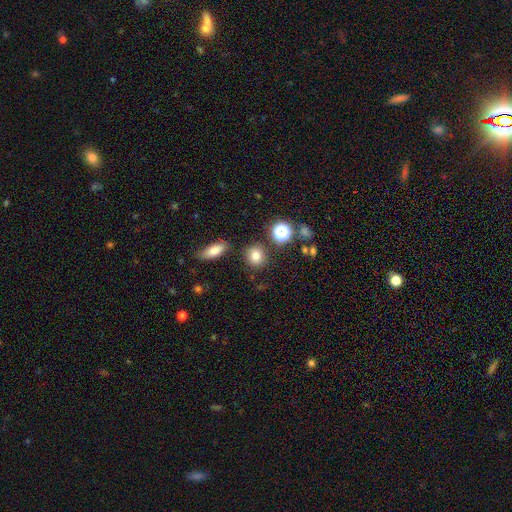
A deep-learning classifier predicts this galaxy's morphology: Smooth or featured?
  - smooth: 79% *
  - star or artifact: 14%
  - featured or disk: 7%
How rounded?
  - round: 83% *
  - in between: 15%
  - cigar-shaped: 1%
Merging?
  - none: 84% *
  - minor disturbance: 9%
  - merger: 5%
  - major disturbance: 3%